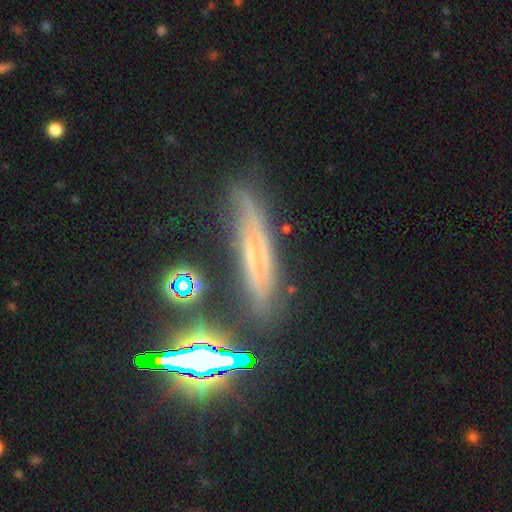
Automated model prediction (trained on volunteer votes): This appears to be a featured or disk galaxy (50%). Merging: none (70%).